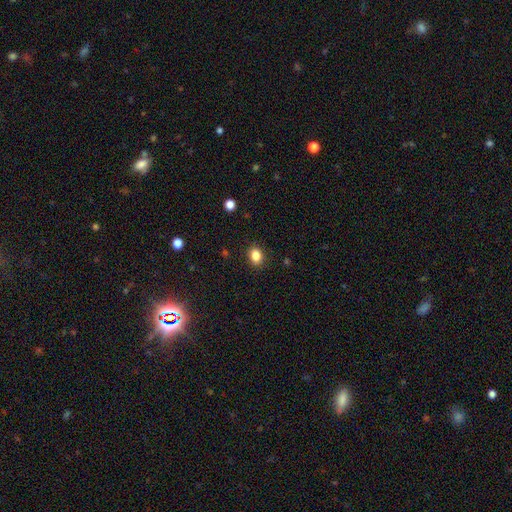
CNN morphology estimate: Smooth or featured?
  - smooth: 86% *
  - star or artifact: 10%
  - featured or disk: 4%
How rounded?
  - in between: 60% *
  - round: 39%
  - cigar-shaped: 1%
Merging?
  - none: 88% *
  - minor disturbance: 8%
  - major disturbance: 2%
  - merger: 1%